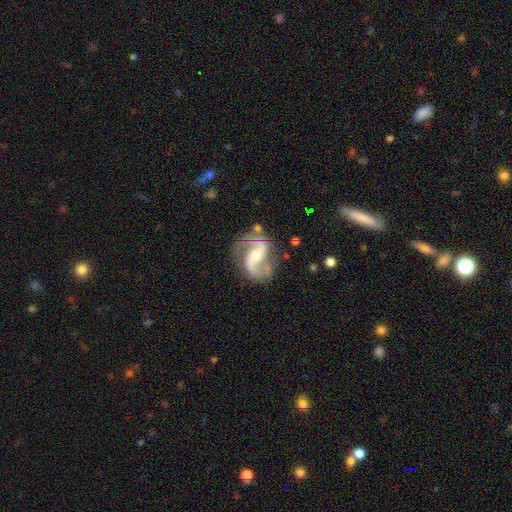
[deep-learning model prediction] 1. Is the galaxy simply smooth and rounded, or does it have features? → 91% featured or disk, 5% star or artifact, 4% smooth.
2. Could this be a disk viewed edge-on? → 98% no, 2% yes.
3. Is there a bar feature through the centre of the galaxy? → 42% weak, 29% no, 29% strong.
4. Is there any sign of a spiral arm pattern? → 98% yes, 2% no.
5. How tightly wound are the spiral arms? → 51% medium, 38% loose, 11% tight.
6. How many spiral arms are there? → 92% 2, 2% 1, 2% can't tell, 2% 3, 1% 4, 1% more than 4.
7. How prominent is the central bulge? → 49% moderate, 45% small, 3% large, 2% none, 1% dominant.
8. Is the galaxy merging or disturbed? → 73% none, 16% minor disturbance, 8% major disturbance, 3% merger.